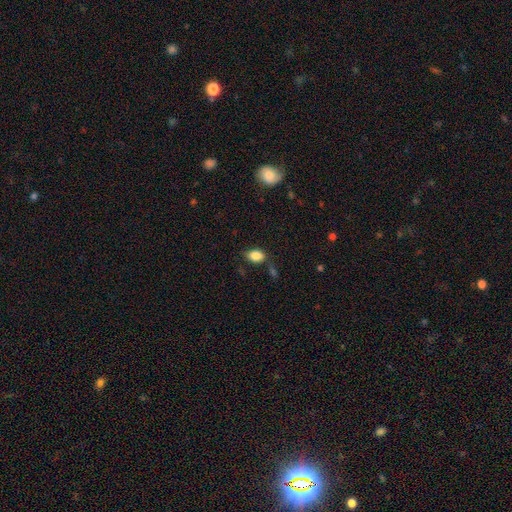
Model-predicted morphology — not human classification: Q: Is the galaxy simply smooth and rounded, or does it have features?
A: smooth — 85%.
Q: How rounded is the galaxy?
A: in between — 82%.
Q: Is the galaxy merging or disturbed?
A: none — 74%.